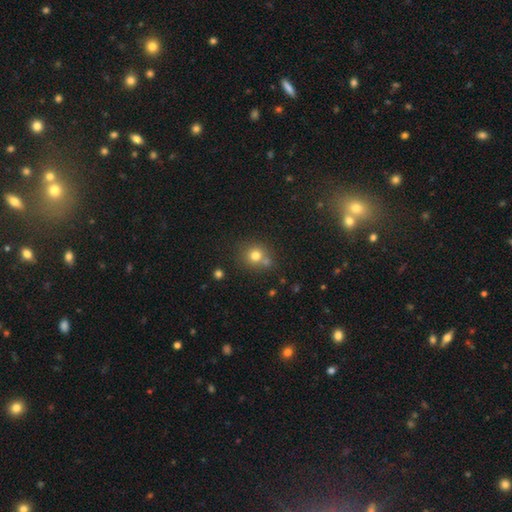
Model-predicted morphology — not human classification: This appears to be a smooth galaxy with no disk features (76%) that is round (87%). Merging: none (62%).